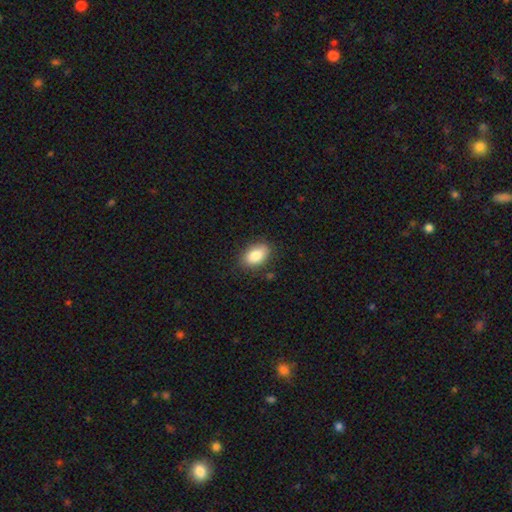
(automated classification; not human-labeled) smooth 85%, star or artifact 7%, featured or disk 7%. Down the decision tree: how rounded — in between (88%); merging — none (82%).